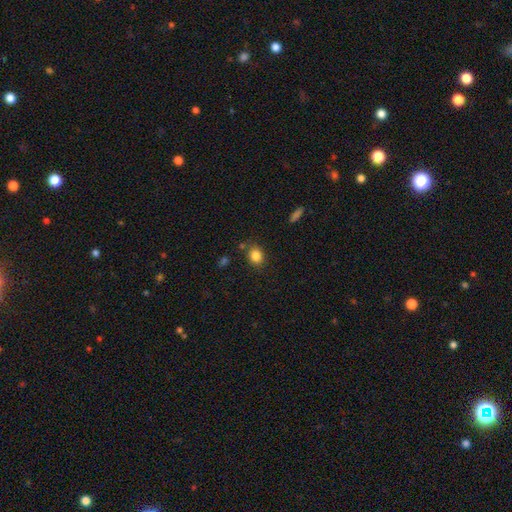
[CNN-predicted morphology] Overall: smooth (84%). How rounded: round (58%; in between 41%). Merging: none (79%).